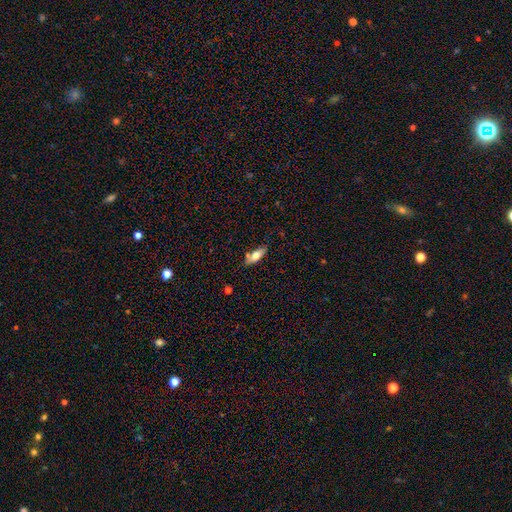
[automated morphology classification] A smooth galaxy with no disk features (65%) that is in between round and cigar-shaped (66%).

Vote fractions:
- Smooth or featured? smooth: 65% / featured or disk: 28% / star or artifact: 6%
- How rounded? in between: 66% / cigar-shaped: 31% / round: 3%
- Merging? none: 75% / minor disturbance: 17% / merger: 5% / major disturbance: 3%